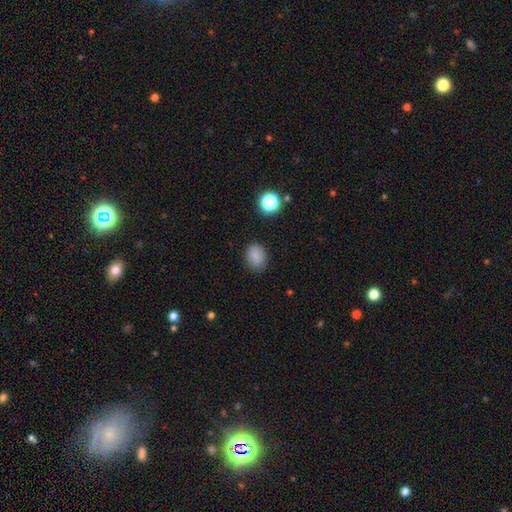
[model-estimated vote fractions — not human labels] The model was most divided on "how rounded": round: 56%, in between: 43%, cigar-shaped: 1%. More confident: merging — none (84%); smooth or featured — smooth (83%).